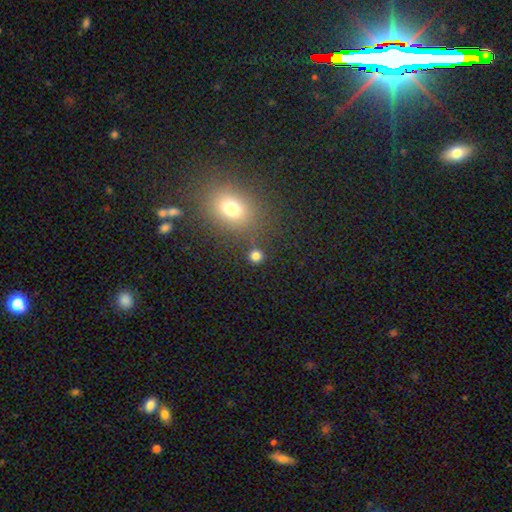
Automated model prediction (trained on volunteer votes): Smooth or featured? Predicted: smooth (p=0.79). How rounded? Predicted: round (p=0.88). Merging? Predicted: none (p=0.82).